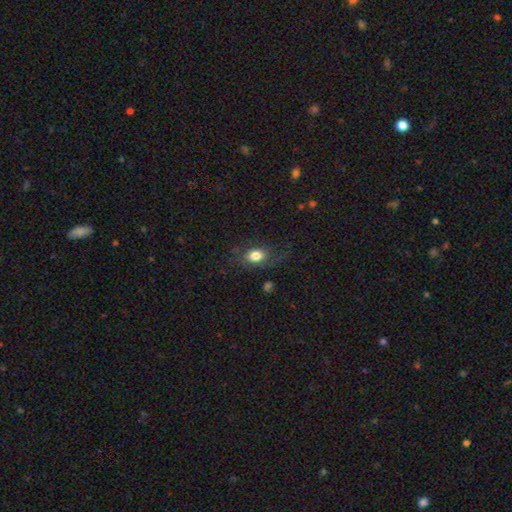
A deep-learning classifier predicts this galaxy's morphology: Q: Smooth or featured?
A: smooth (77%); runner-up: featured or disk (14%)
Q: How rounded?
A: in between (77%); runner-up: round (20%)
Q: Merging?
A: none (63%); runner-up: minor disturbance (20%)